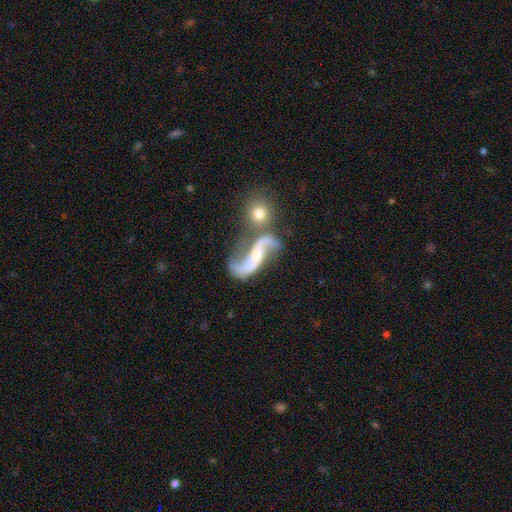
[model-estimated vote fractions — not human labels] Q: Smooth or featured?
A: featured or disk (87%); runner-up: smooth (7%)
Q: Edge-on disk?
A: no (95%); runner-up: yes (5%)
Q: Bar?
A: no (41%); runner-up: weak (37%)
Q: Spiral arms?
A: yes (95%); runner-up: no (5%)
Q: Spiral winding?
A: loose (77%); runner-up: medium (18%)
Q: Spiral arm count?
A: 2 (91%); runner-up: 1 (3%)
Q: Bulge size?
A: small (45%); runner-up: moderate (41%)
Q: Merging?
A: none (42%); runner-up: merger (29%)